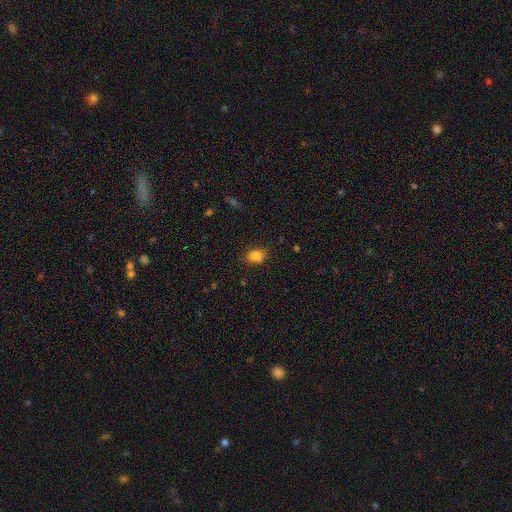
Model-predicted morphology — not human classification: smooth 83%, star or artifact 10%, featured or disk 6%. Down the decision tree: how rounded — in between (69%); merging — none (80%).